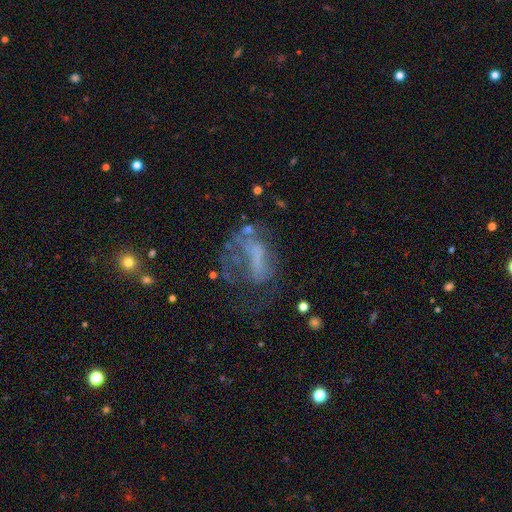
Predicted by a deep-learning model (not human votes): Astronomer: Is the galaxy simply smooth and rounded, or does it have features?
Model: featured or disk — 53%.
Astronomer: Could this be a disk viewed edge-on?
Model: no — 95%.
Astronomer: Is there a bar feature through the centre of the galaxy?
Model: no — 69%.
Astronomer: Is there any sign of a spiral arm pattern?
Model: no — 76%.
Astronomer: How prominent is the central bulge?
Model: none — 65%.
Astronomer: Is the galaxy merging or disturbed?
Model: major disturbance — 47% (runner-up: none, 28%).